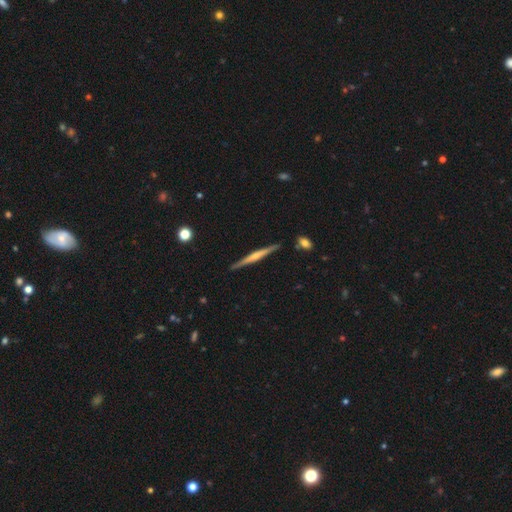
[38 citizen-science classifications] Smooth or featured? 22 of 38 (58%) said featured or disk. Edge-on disk? 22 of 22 (100%) said yes. Edge-on bulge? 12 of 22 (55%) said rounded. Merging? 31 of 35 (89%) said none.